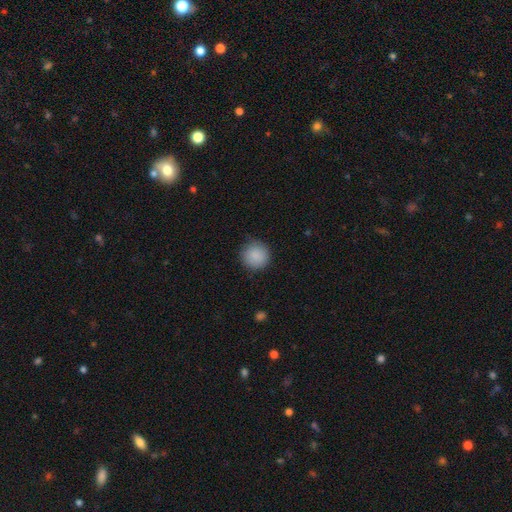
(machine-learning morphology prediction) Smooth or featured?
  - smooth: 89% *
  - star or artifact: 8%
  - featured or disk: 4%
How rounded?
  - round: 95% *
  - in between: 4%
  - cigar-shaped: 1%
Merging?
  - none: 87% *
  - minor disturbance: 10%
  - major disturbance: 2%
  - merger: 1%